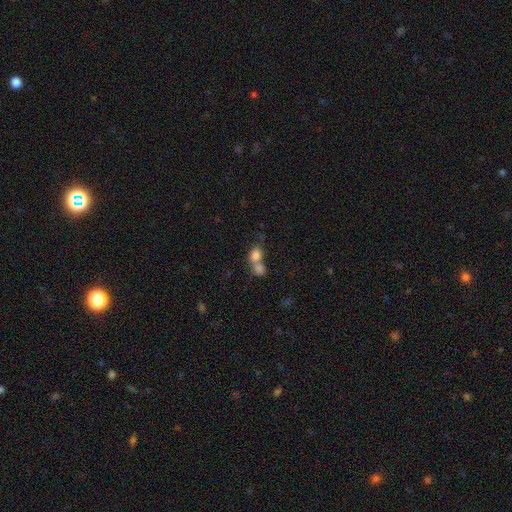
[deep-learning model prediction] Smooth or featured: smooth — 78% (featured or disk — 11%)
How rounded: round — 52% (in between — 46%)
Merging: merger — 65% (none — 24%)